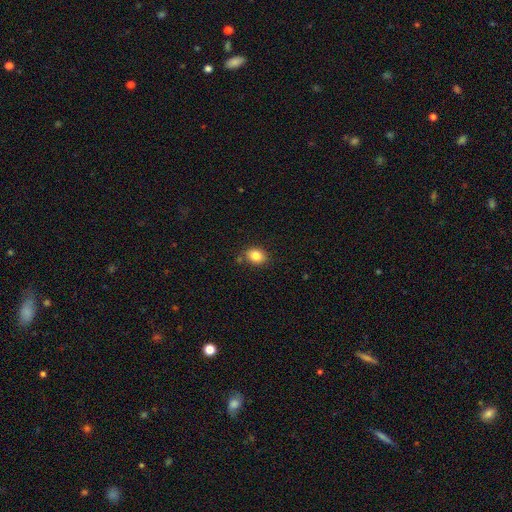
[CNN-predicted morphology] This is clearly a smooth galaxy (84%). How rounded: possibly in between (56%). Merging: clearly none (81%).